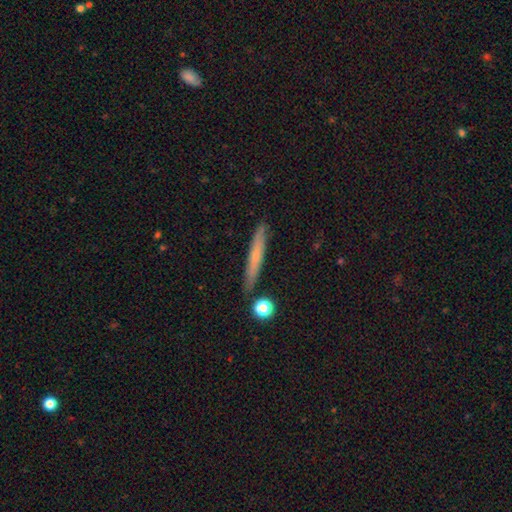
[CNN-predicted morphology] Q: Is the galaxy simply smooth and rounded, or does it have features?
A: smooth — 56%.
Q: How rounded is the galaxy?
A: cigar-shaped — 95%.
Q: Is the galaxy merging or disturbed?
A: none — 86%.